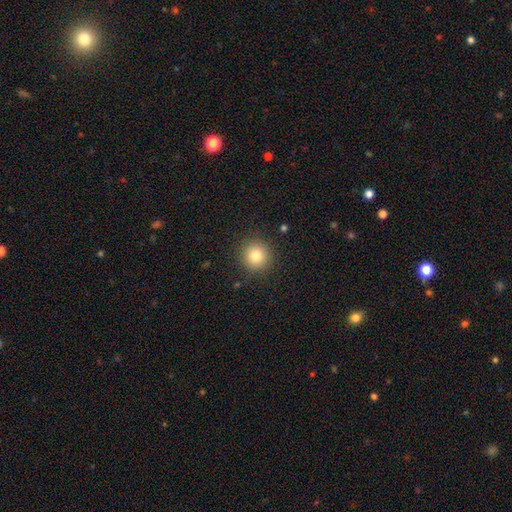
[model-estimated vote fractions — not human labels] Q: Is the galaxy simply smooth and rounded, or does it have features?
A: smooth — 80%.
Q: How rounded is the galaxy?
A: round — 94%.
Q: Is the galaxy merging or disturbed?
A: none — 89%.